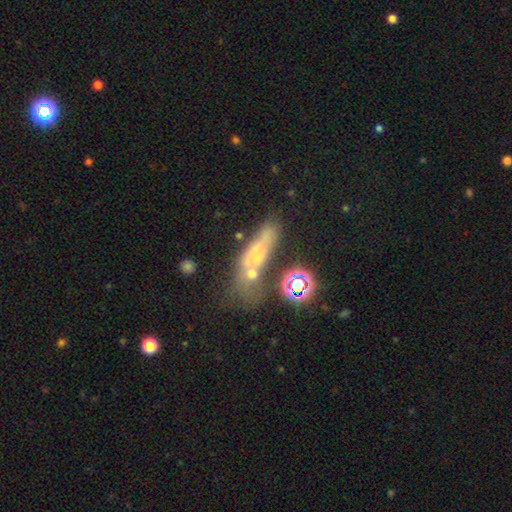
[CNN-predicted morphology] Smooth or featured? Predicted: smooth (p=0.50). Merging? Predicted: none (p=0.45).